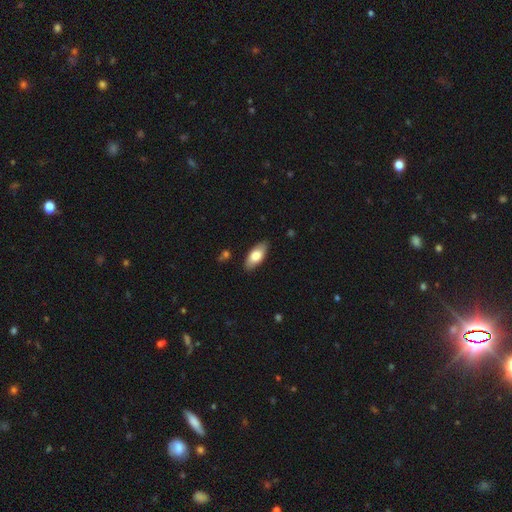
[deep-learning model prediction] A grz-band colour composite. It shows a smooth galaxy with no disk features (76%) that is in between round and cigar-shaped (86%). Merging: none (86%).